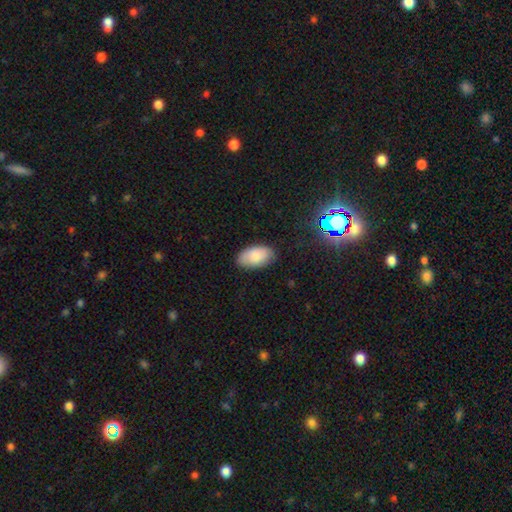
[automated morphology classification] Smooth or featured? Predicted: smooth (p=0.83). How rounded? Predicted: in between (p=0.95). Merging? Predicted: none (p=0.82).